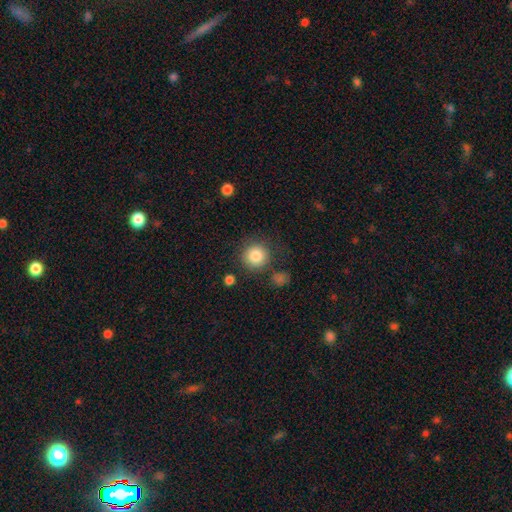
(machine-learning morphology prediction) The model was most divided on "merging": none: 82%, minor disturbance: 10%, merger: 5%, major disturbance: 4%. More confident: how rounded — round (93%); smooth or featured — smooth (85%).